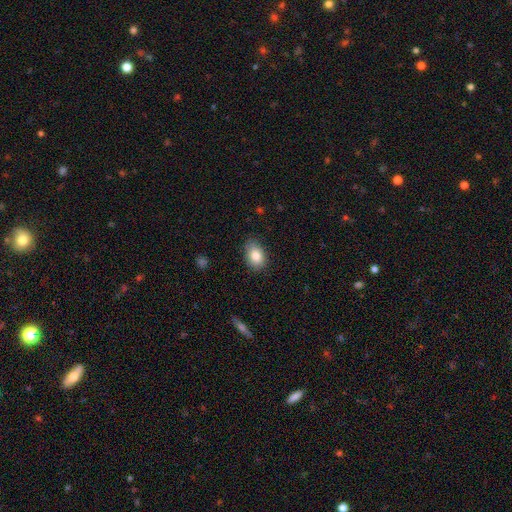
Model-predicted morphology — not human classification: Overall: smooth (85%). How rounded: in between (82%). Merging: none (77%).